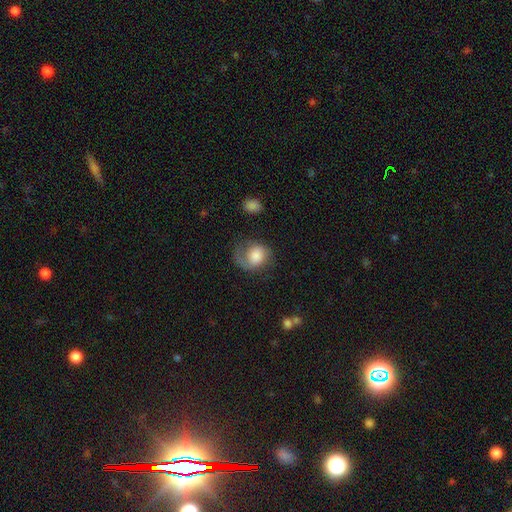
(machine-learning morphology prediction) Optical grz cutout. It shows a smooth galaxy with no disk features (49%). Merging: none (47%).